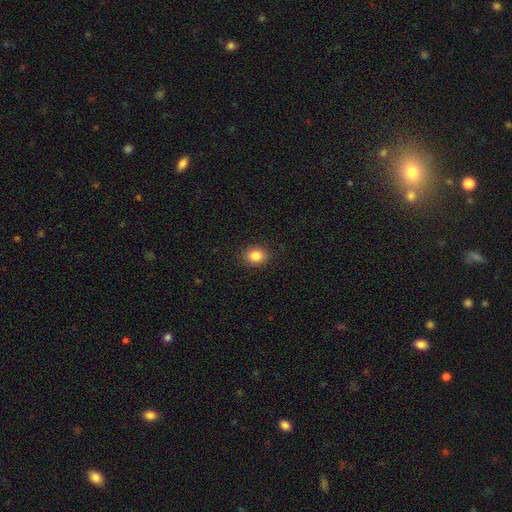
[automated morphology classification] smooth-or-featured: smooth: 86% | star or artifact: 9% | featured or disk: 5%
  how-rounded: round: 51% | in between: 48% | cigar-shaped: 1%
  merging: none: 88% | minor disturbance: 8% | major disturbance: 2% | merger: 1%